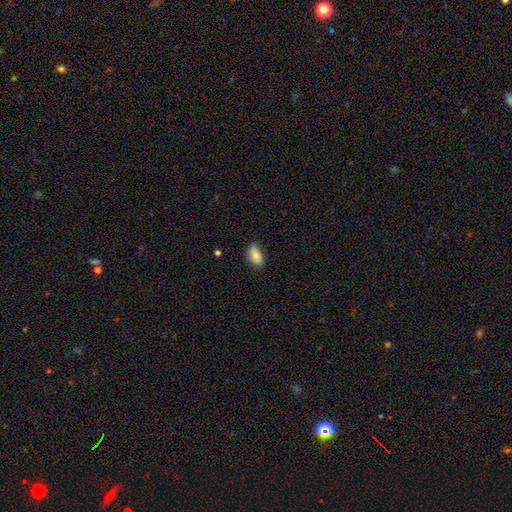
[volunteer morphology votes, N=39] Smooth or featured?
  - smooth: 79% *
  - featured or disk: 13%
  - star or artifact: 8%
How rounded?
  - in between: 100% *
  - round: 0%
  - cigar-shaped: 0%
Merging?
  - none: 61% *
  - minor disturbance: 39%
  - major disturbance: 0%
  - merger: 0%